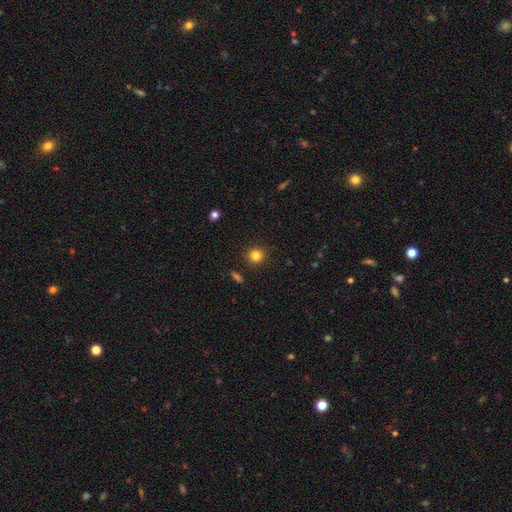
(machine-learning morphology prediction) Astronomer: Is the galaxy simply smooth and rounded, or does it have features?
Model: smooth — 82%.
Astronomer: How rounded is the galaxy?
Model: round — 91%.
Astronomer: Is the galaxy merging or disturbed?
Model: none — 90%.